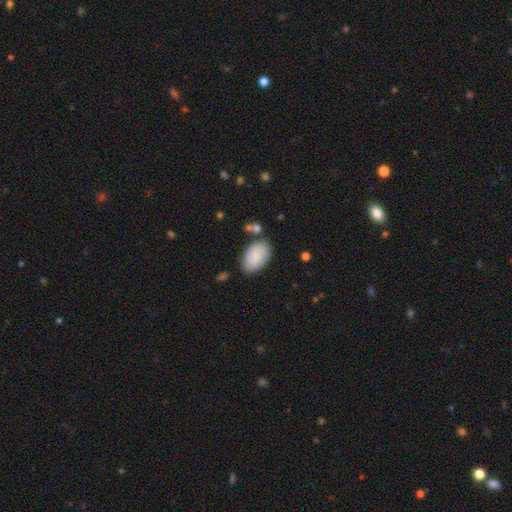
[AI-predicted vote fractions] Overall: smooth (85%). How rounded: in between (94%). Merging: none (76%).